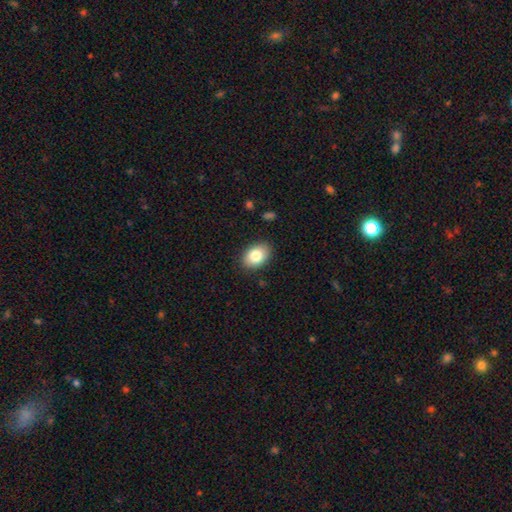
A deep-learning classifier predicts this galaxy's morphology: smooth-or-featured: smooth: 83% | featured or disk: 10% | star or artifact: 7%
  how-rounded: in between: 82% | round: 17% | cigar-shaped: 1%
  merging: none: 87% | minor disturbance: 10% | major disturbance: 2% | merger: 1%